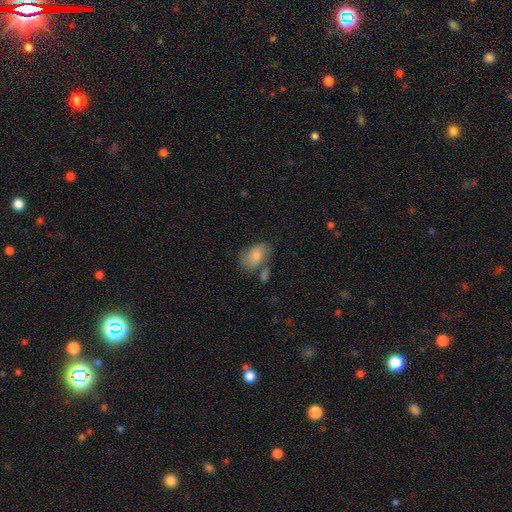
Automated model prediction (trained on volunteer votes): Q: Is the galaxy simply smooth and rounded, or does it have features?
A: smooth — 71%.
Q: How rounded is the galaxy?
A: in between — 87%.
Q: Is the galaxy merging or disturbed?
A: none — 49%.